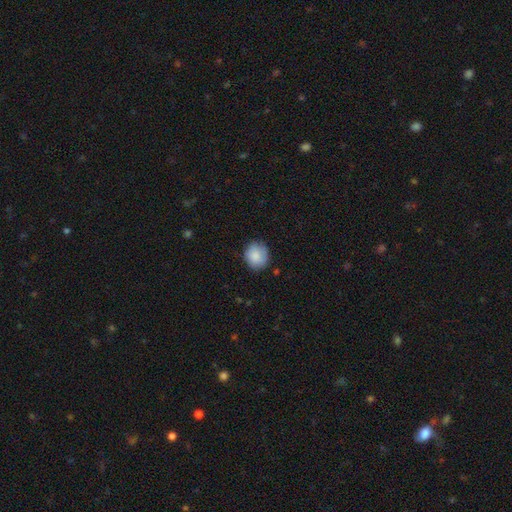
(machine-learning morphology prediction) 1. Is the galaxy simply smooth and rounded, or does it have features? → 86% smooth, 7% featured or disk, 7% star or artifact.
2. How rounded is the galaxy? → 76% round, 24% in between, 1% cigar-shaped.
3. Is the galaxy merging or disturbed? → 80% none, 16% minor disturbance, 3% major disturbance, 1% merger.